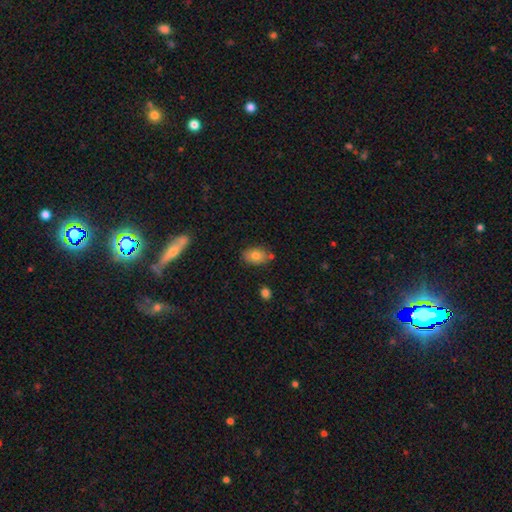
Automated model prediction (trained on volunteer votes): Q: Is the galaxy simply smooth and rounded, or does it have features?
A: smooth — 79%.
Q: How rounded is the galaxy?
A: in between — 85%.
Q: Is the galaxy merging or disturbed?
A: none — 76%.